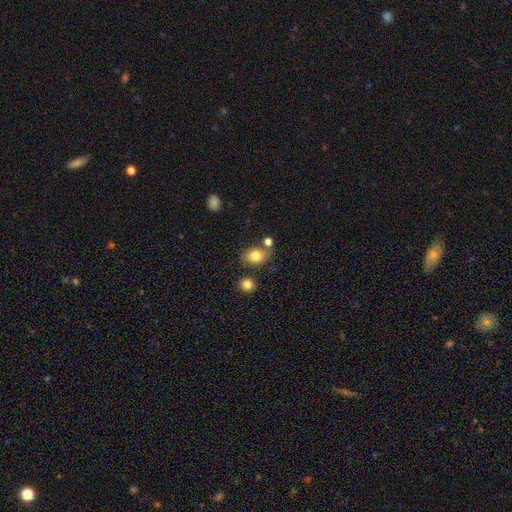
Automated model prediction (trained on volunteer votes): Smooth or featured? smooth (80%)
How rounded? in between (68%)
Merging? none (69%)